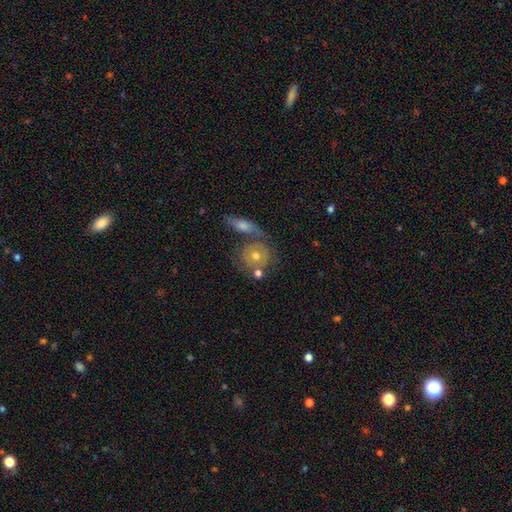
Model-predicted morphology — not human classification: Overall: featured or disk (53%; smooth 34%). Edge-on disk: no (89%). Merging: none (56%; merger 27%).